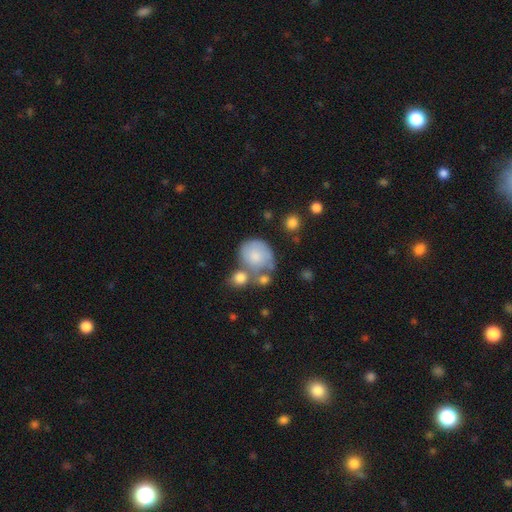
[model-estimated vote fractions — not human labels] Q: Smooth or featured?
A: smooth (68%); runner-up: featured or disk (24%)
Q: How rounded?
A: round (70%); runner-up: in between (29%)
Q: Merging?
A: none (36%); runner-up: merger (26%)